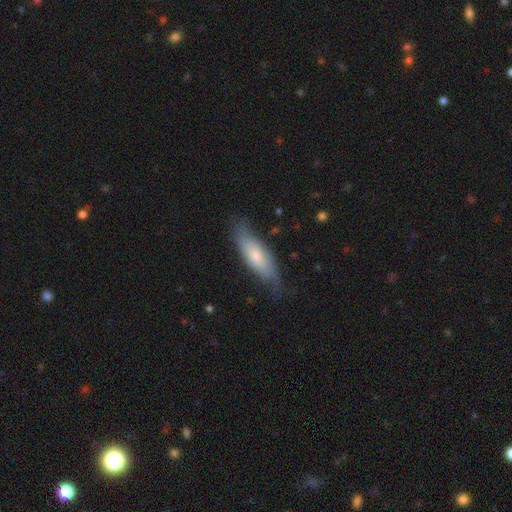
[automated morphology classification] Smooth or featured?
  - smooth: 62% *
  - featured or disk: 32%
  - star or artifact: 6%
How rounded?
  - in between: 55% *
  - cigar-shaped: 44%
  - round: 2%
Merging?
  - none: 67% *
  - minor disturbance: 25%
  - major disturbance: 6%
  - merger: 1%